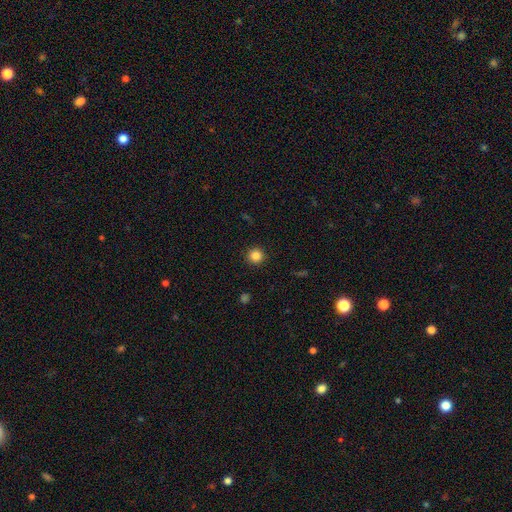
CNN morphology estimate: Q: Smooth or featured?
A: smooth (85%); runner-up: star or artifact (11%)
Q: How rounded?
A: round (95%); runner-up: in between (4%)
Q: Merging?
A: none (92%); runner-up: minor disturbance (5%)